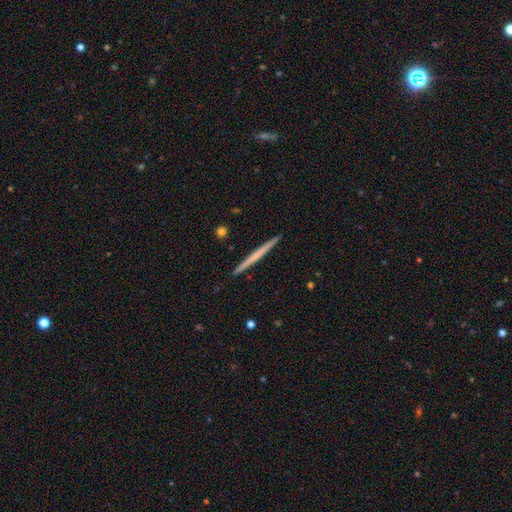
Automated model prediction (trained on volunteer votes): Q: Smooth or featured?
A: featured or disk (50%); runner-up: smooth (45%)
Q: Merging?
A: none (93%); runner-up: minor disturbance (5%)